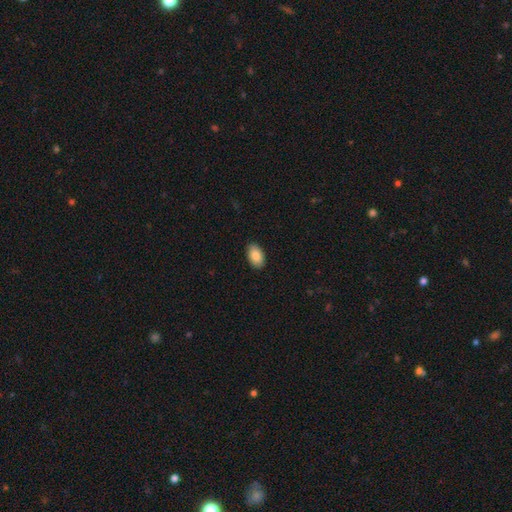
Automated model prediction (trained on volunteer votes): Overall: smooth (88%). How rounded: in between (93%). Merging: none (89%).